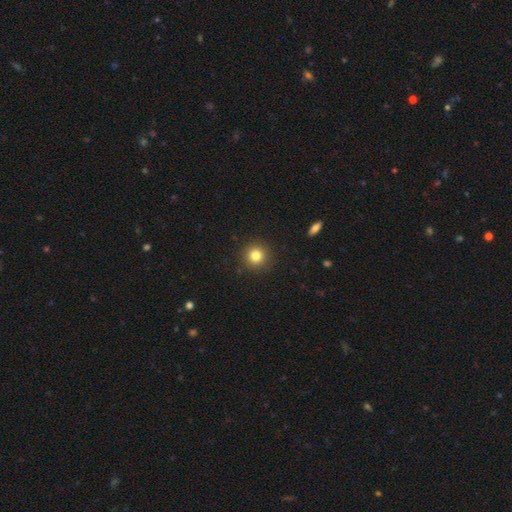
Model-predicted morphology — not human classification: Smooth or featured?
  - smooth: 82% *
  - star or artifact: 12%
  - featured or disk: 7%
How rounded?
  - round: 94% *
  - in between: 5%
  - cigar-shaped: 1%
Merging?
  - none: 91% *
  - minor disturbance: 6%
  - major disturbance: 2%
  - merger: 1%